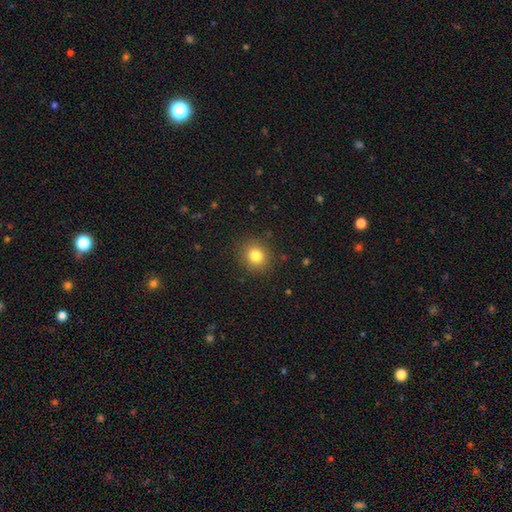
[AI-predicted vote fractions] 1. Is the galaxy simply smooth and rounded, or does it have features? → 81% smooth, 12% star or artifact, 7% featured or disk.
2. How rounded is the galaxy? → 83% round, 16% in between, 1% cigar-shaped.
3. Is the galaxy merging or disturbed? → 89% none, 8% minor disturbance, 3% major disturbance, 1% merger.